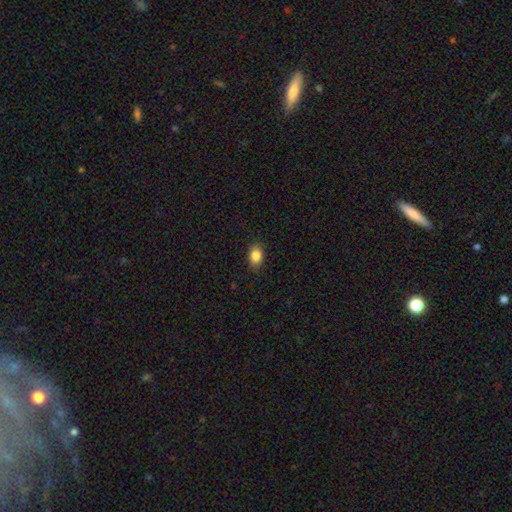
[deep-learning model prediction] Morphology: type=smooth (87%); roundness=in between (80%); merging=none (87%).